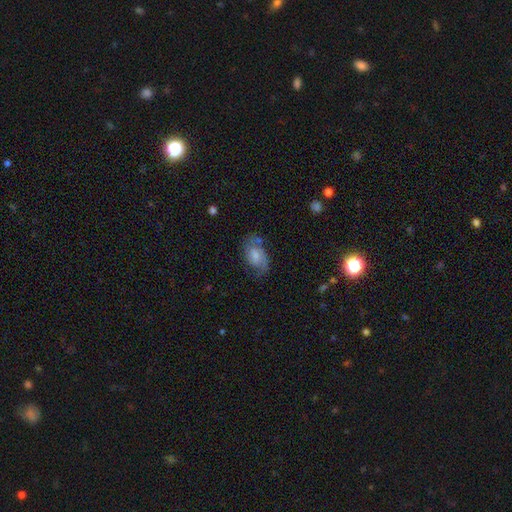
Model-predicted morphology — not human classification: Smooth or featured? Predicted: featured or disk (p=0.53). Edge-on disk? Predicted: no (p=0.96). Bar? Predicted: no (p=0.62). Spiral arms? Predicted: yes (p=0.85). Bulge size? Predicted: small (p=0.34, tied with moderate). Merging? Predicted: none (p=0.58).